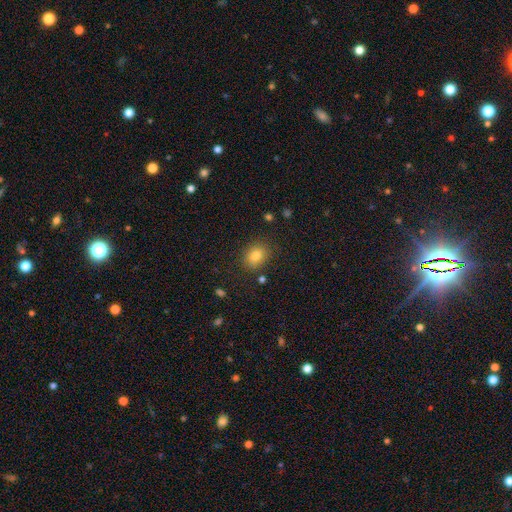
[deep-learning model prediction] The model was most divided on "how rounded": in between: 53%, round: 46%, cigar-shaped: 1%. More confident: merging — none (83%); smooth or featured — smooth (81%).